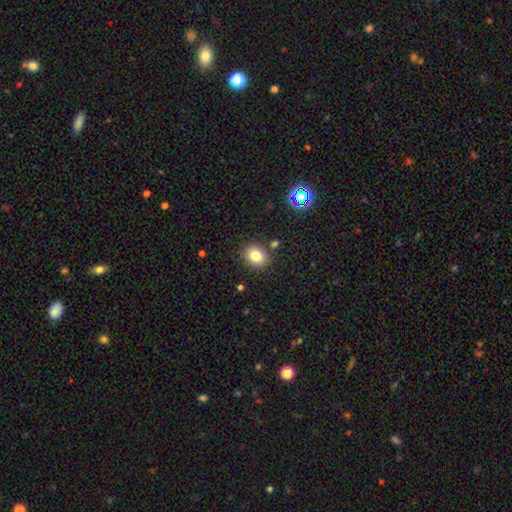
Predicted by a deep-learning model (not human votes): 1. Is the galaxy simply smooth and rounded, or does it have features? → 81% smooth, 12% star or artifact, 7% featured or disk.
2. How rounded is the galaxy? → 51% round, 49% in between, 1% cigar-shaped.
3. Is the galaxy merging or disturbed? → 84% none, 9% minor disturbance, 4% merger, 3% major disturbance.